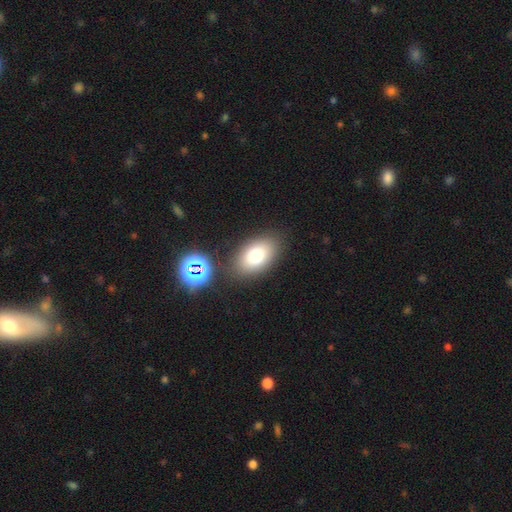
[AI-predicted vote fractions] A smooth galaxy with no disk features (75%) that is in between round and cigar-shaped (87%). Merging: none (83%).